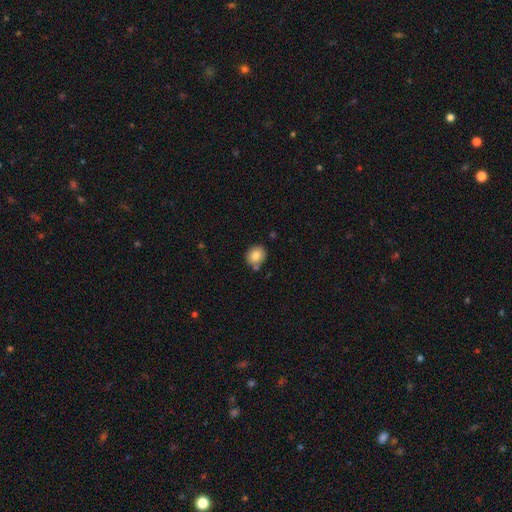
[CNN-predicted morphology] This appears to be a smooth galaxy with no disk features (81%) that is round (66%). Merging: none (73%).